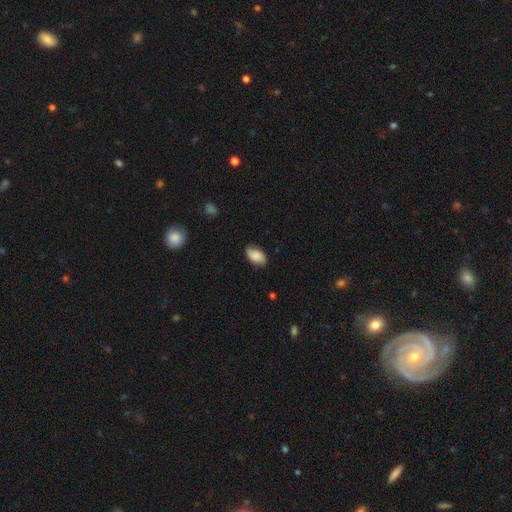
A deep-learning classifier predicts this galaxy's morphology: Smooth or featured?
  - smooth: 81% *
  - featured or disk: 11%
  - star or artifact: 7%
How rounded?
  - in between: 93% *
  - round: 6%
  - cigar-shaped: 2%
Merging?
  - none: 75% *
  - minor disturbance: 20%
  - major disturbance: 4%
  - merger: 1%